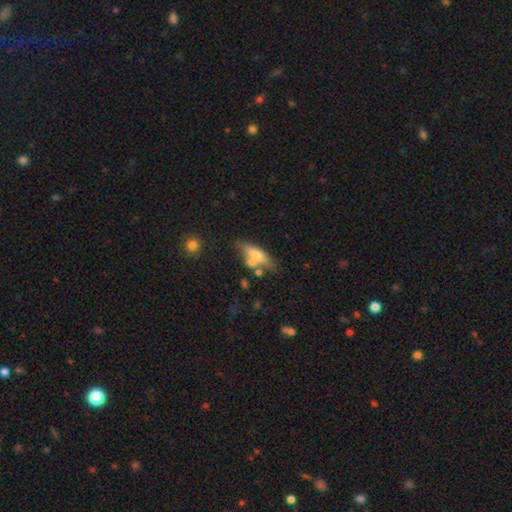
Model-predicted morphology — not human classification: Q: Smooth or featured?
A: smooth (64%); runner-up: featured or disk (29%)
Q: How rounded?
A: in between (56%); runner-up: cigar-shaped (41%)
Q: Merging?
A: none (53%); runner-up: merger (21%)